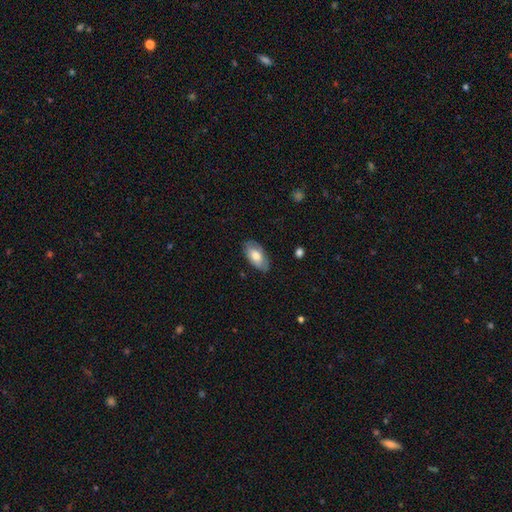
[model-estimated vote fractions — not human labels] smooth-or-featured: smooth: 68% | featured or disk: 26% | star or artifact: 6%
  how-rounded: in between: 94% | cigar-shaped: 3% | round: 3%
  merging: none: 79% | minor disturbance: 17% | major disturbance: 3% | merger: 1%